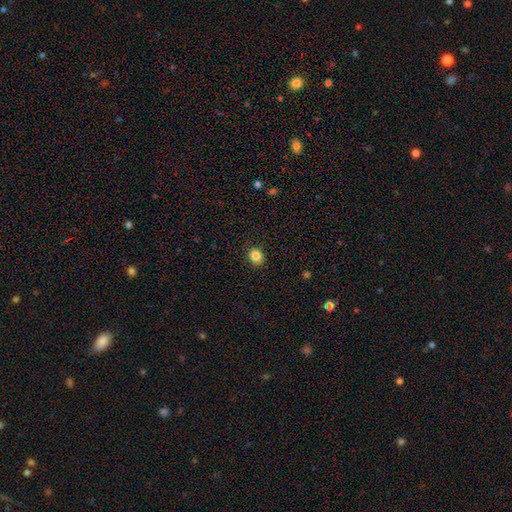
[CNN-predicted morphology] This appears to be a smooth galaxy with no disk features (84%) that is round (69%). Merging: none (89%).